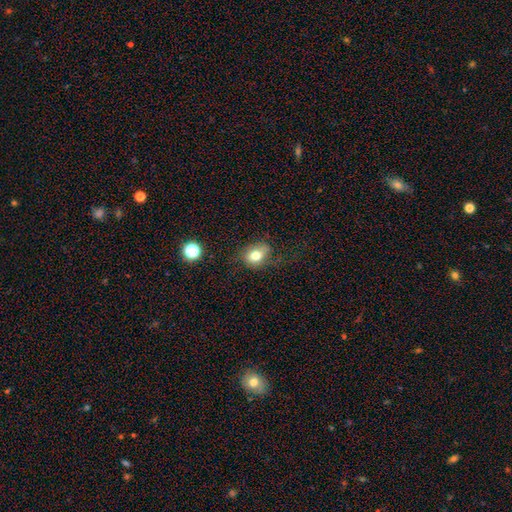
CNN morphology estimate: smooth 74%, featured or disk 16%, star or artifact 11%. Down the decision tree: how rounded — in between (61%); merging — none (55%).